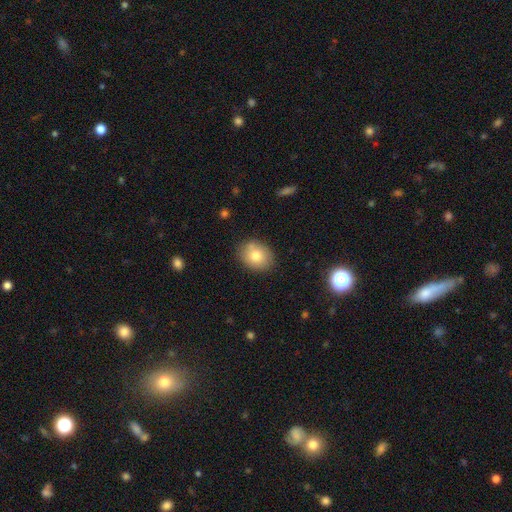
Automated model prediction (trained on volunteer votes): This appears to be a smooth galaxy with no disk features (78%) that is in between round and cigar-shaped (56%). Merging: none (82%).